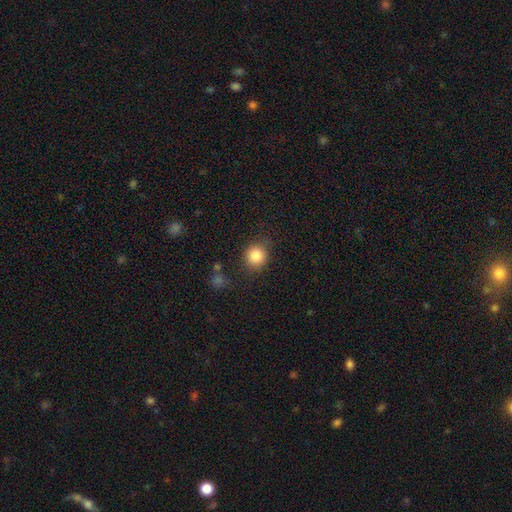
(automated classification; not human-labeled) smooth 85%, star or artifact 10%, featured or disk 5%. Down the decision tree: how rounded — round (87%); merging — none (80%).